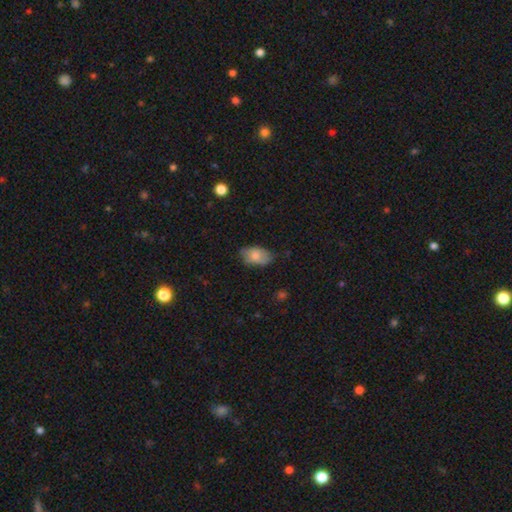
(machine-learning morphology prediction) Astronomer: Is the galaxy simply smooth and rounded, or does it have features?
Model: smooth — 75%.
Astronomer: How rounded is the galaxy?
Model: in between — 91%.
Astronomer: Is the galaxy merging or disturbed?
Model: none — 64%.